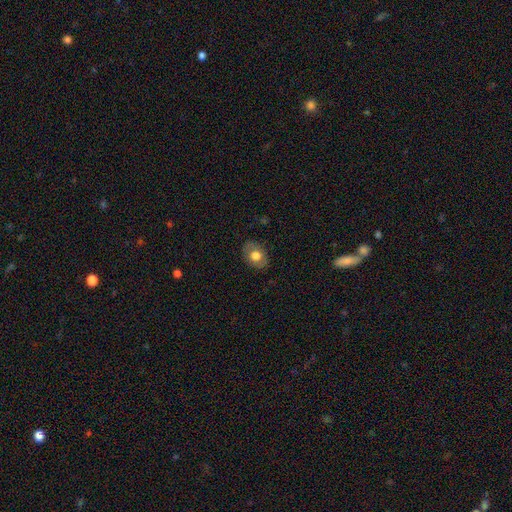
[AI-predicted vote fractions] Smooth or featured? Predicted: smooth (p=0.67). How rounded? Predicted: in between (p=0.67). Merging? Predicted: none (p=0.83).